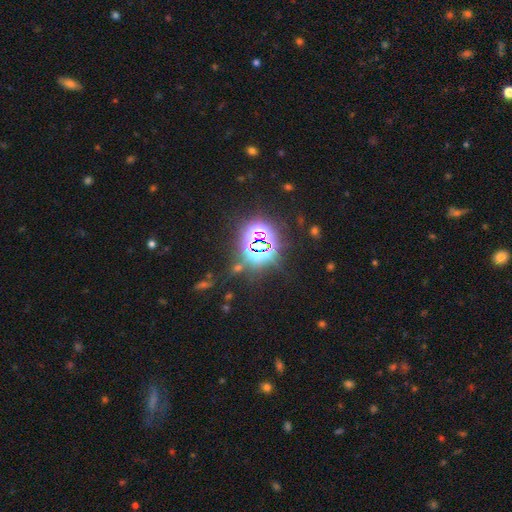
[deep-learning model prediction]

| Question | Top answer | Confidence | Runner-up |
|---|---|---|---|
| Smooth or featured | star or artifact | 83% | smooth (11%) |